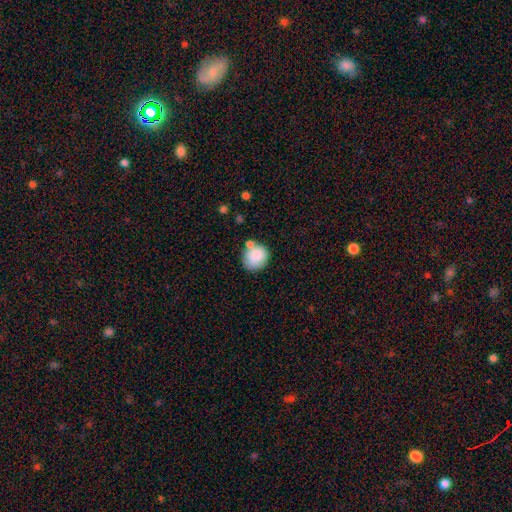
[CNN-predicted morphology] A smooth galaxy with no disk features (85%) that is round (75%). Merging: none (61%).